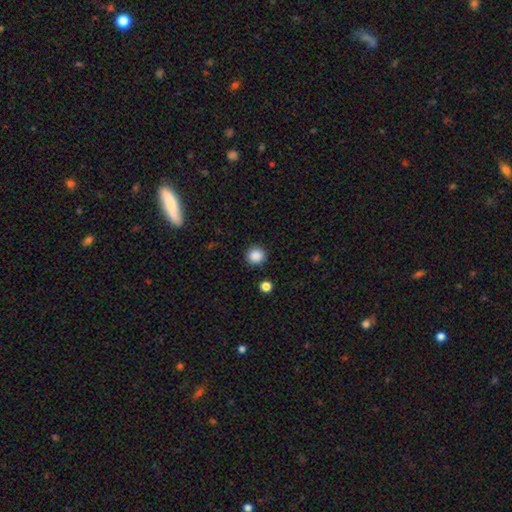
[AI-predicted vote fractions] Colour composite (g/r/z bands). It shows a smooth galaxy with no disk features (87%) that is round (93%). Merging: none (90%).